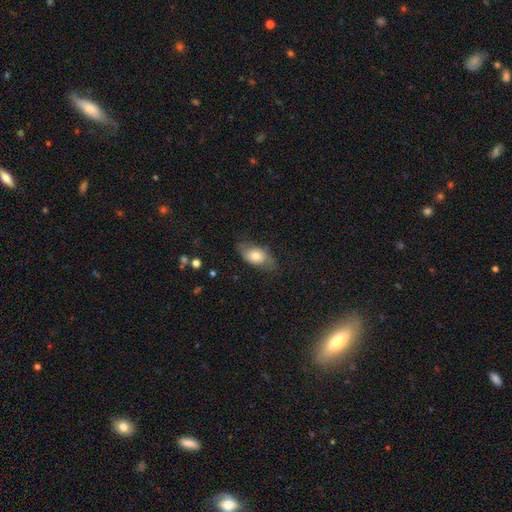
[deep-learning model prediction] Smooth or featured? smooth (66%)
How rounded? in between (88%)
Merging? none (62%)